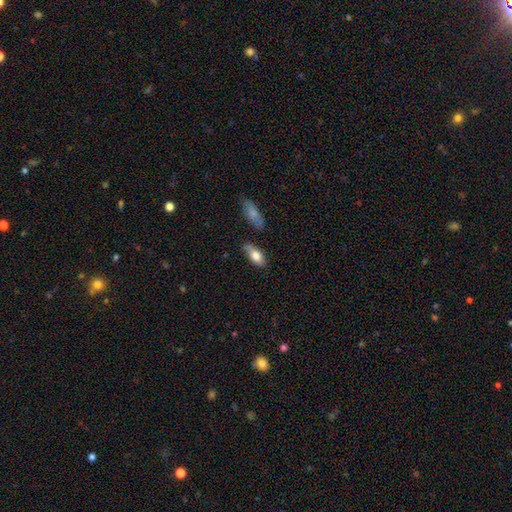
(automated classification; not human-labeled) The model was most divided on "merging": none: 62%, minor disturbance: 26%, major disturbance: 6%, merger: 6%. More confident: how rounded — in between (86%); smooth or featured — smooth (77%).